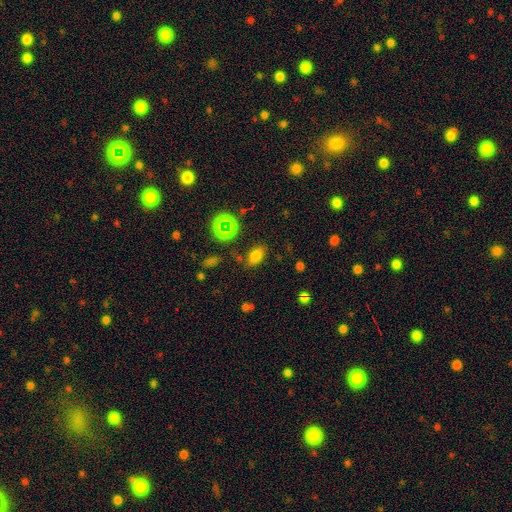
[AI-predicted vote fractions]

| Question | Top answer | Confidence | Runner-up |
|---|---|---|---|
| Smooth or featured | smooth | 73% | star or artifact (19%) |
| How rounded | in between | 86% | round (12%) |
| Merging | none | 78% | minor disturbance (13%) |